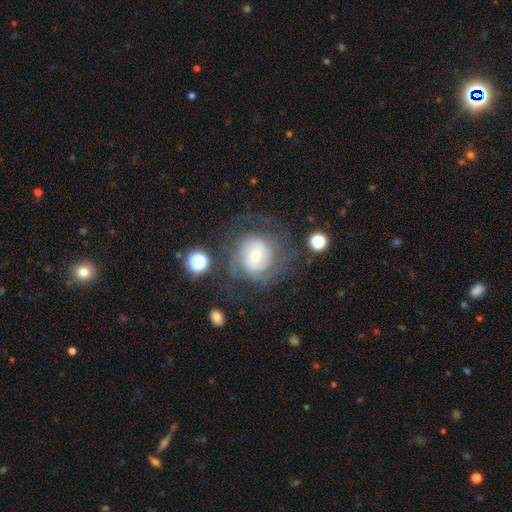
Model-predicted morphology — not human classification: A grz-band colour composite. It shows a featured or disk galaxy (65%) with no bar (61%), spiral arms (79%) and a small central bulge (49%). Merging: none (61%).